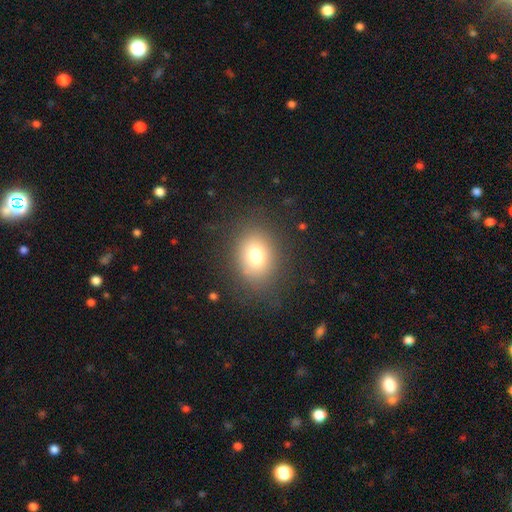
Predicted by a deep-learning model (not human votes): Smooth or featured: smooth — 73% (star or artifact — 14%)
How rounded: round — 58% (in between — 41%)
Merging: none — 79% (minor disturbance — 12%)